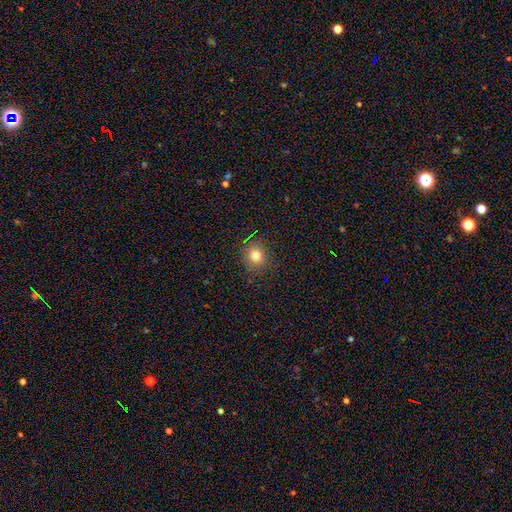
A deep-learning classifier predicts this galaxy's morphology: Smooth or featured: smooth — 77% (star or artifact — 16%)
How rounded: round — 85% (in between — 14%)
Merging: none — 88% (minor disturbance — 8%)